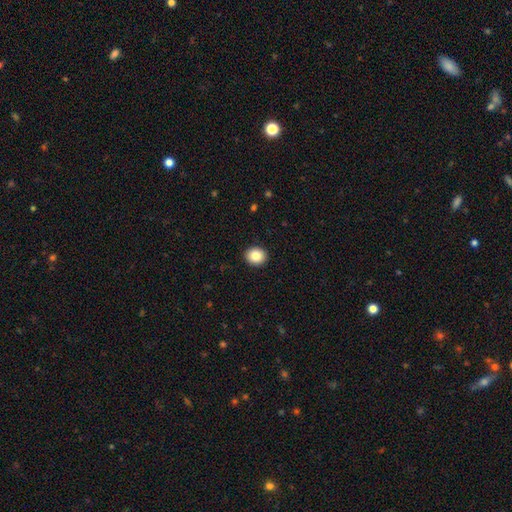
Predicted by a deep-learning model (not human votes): Morphology: type=smooth (85%); roundness=round (75%); merging=none (92%).